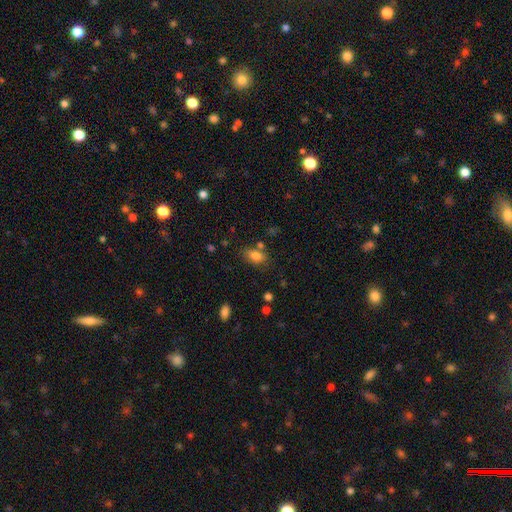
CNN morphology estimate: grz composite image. It shows a smooth galaxy with no disk features (82%) that is in between round and cigar-shaped (87%). Merging: none (69%).